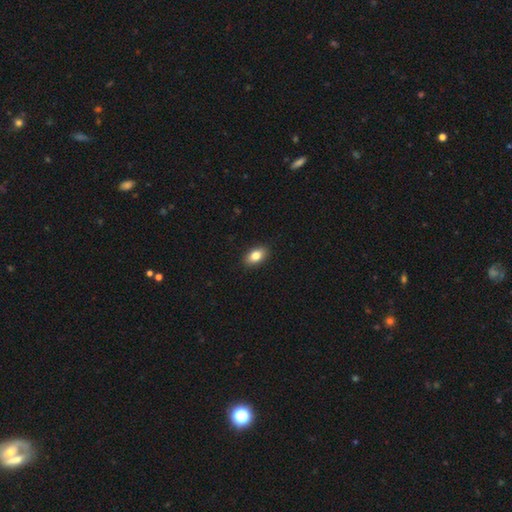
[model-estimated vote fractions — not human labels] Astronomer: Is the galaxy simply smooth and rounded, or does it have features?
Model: smooth — 82%.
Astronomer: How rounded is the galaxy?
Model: in between — 89%.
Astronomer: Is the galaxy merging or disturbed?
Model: none — 90%.